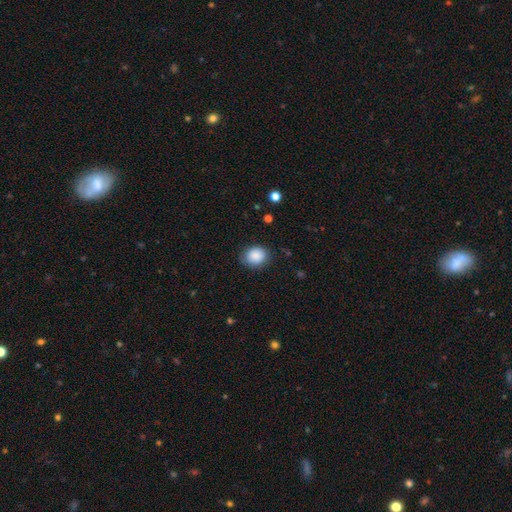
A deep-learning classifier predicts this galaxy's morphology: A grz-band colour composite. It shows a smooth galaxy with no disk features (87%) that is round (68%). Merging: none (79%).